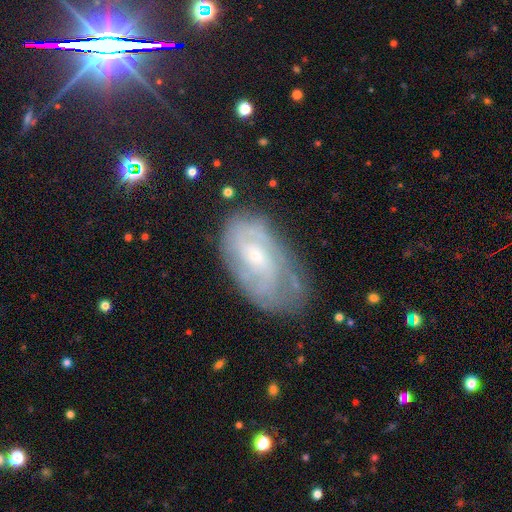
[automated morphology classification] Smooth or featured?
  - featured or disk: 71% *
  - smooth: 22%
  - star or artifact: 8%
Edge-on disk?
  - no: 94% *
  - yes: 6%
Bar?
  - no: 64% *
  - weak: 30%
  - strong: 6%
Spiral arms?
  - yes: 82% *
  - no: 18%
Spiral winding?
  - tight: 60% *
  - medium: 29%
  - loose: 11%
Spiral arm count?
  - can't tell: 54% *
  - 2: 22%
  - 3: 10%
  - 4: 6%
  - 1: 5%
  - more than 4: 4%
Bulge size?
  - small: 77% *
  - moderate: 18%
  - none: 2%
  - large: 1%
  - dominant: 1%
Merging?
  - none: 61% *
  - minor disturbance: 25%
  - major disturbance: 11%
  - merger: 2%